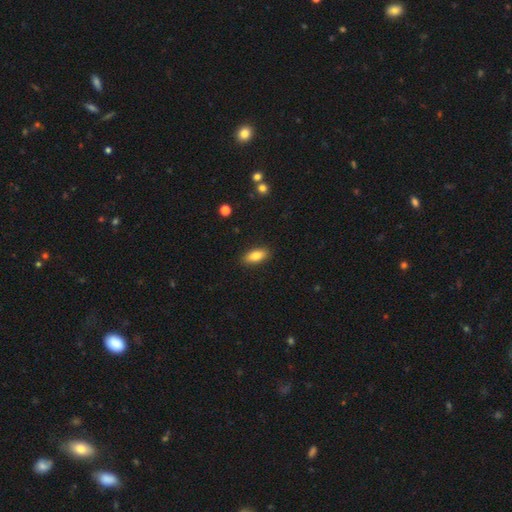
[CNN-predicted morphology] This appears to be a smooth galaxy with no disk features (83%) that is in between round and cigar-shaped (85%). Merging: none (89%).